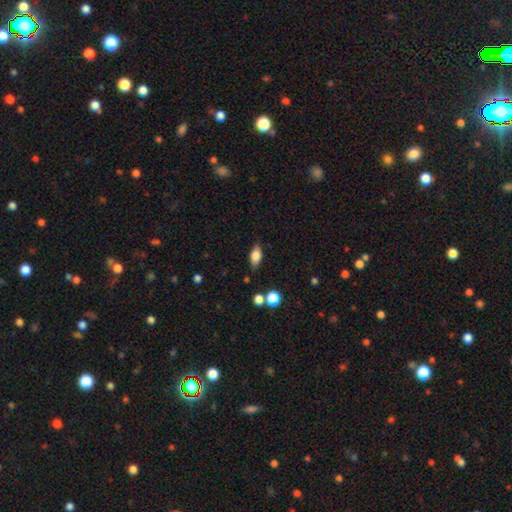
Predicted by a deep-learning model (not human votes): Smooth or featured?
  - smooth: 74% *
  - featured or disk: 18%
  - star or artifact: 8%
How rounded?
  - in between: 84% *
  - cigar-shaped: 11%
  - round: 6%
Merging?
  - none: 81% *
  - minor disturbance: 13%
  - major disturbance: 3%
  - merger: 2%